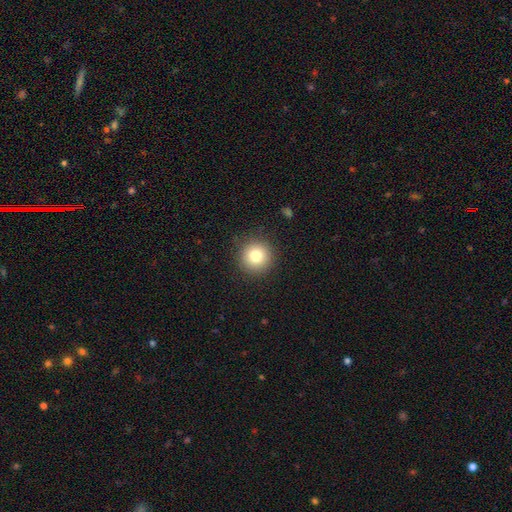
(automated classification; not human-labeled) Smooth or featured?
  - smooth: 80% *
  - star or artifact: 11%
  - featured or disk: 9%
How rounded?
  - round: 95% *
  - in between: 4%
  - cigar-shaped: 1%
Merging?
  - none: 90% *
  - minor disturbance: 6%
  - major disturbance: 2%
  - merger: 1%